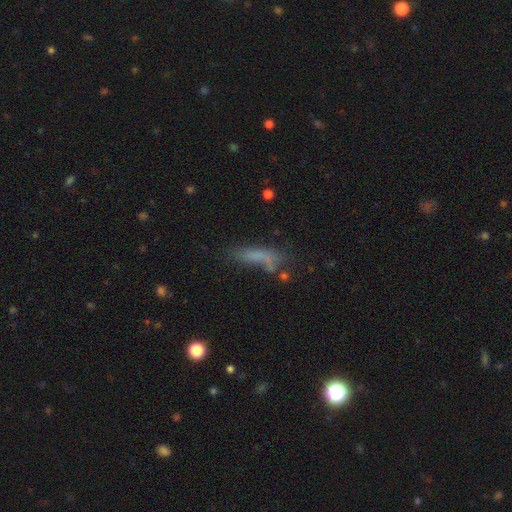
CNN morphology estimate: type=smooth (62%); roundness=cigar-shaped (54%); merging=none (42%).